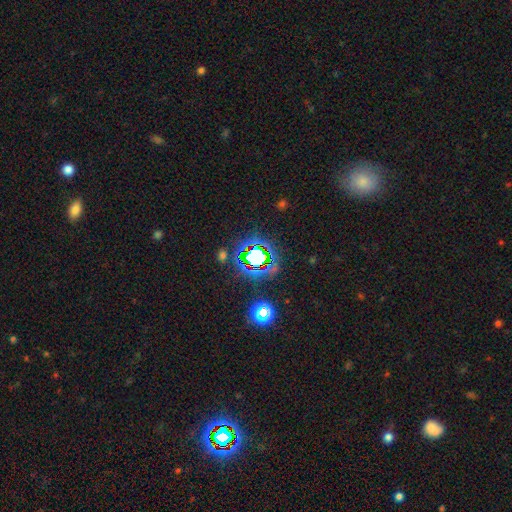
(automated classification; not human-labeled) Morphology: type=star or artifact (66%).